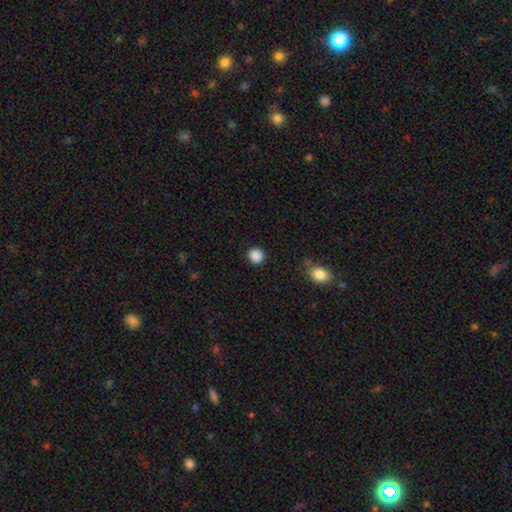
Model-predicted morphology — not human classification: Smooth or featured? Predicted: smooth (p=0.88). How rounded? Predicted: round (p=0.87). Merging? Predicted: none (p=0.88).